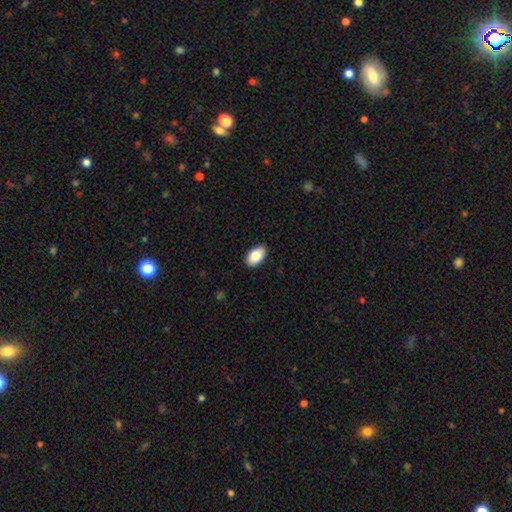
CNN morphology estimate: The model was most divided on "smooth or featured": smooth: 86%, featured or disk: 8%, star or artifact: 7%. More confident: how rounded — in between (94%); merging — none (89%).